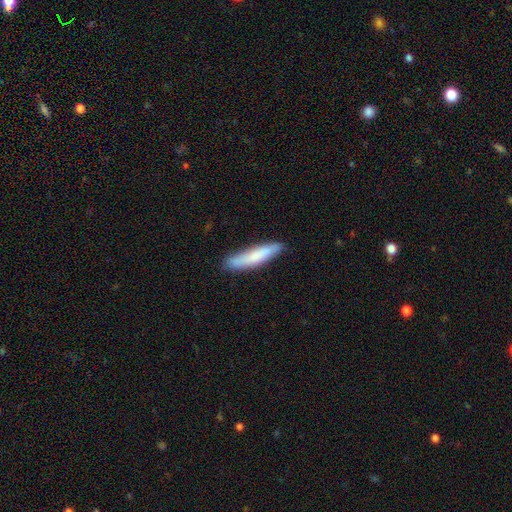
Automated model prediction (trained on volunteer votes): smooth_or_featured: smooth (p=0.74) [alt: featured or disk p=0.20]
how_rounded: cigar-shaped (p=0.86) [alt: in between p=0.13]
merging: none (p=0.83) [alt: minor disturbance p=0.13]